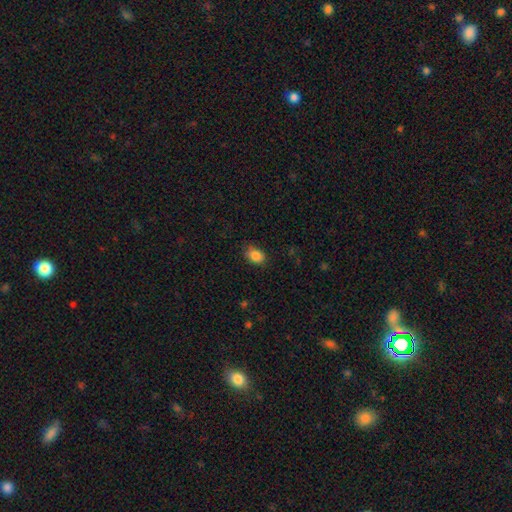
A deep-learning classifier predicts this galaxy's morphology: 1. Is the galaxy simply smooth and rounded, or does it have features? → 86% smooth, 9% star or artifact, 5% featured or disk.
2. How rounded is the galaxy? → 74% in between, 25% round, 1% cigar-shaped.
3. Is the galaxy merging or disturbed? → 80% none, 16% minor disturbance, 3% major disturbance, 1% merger.